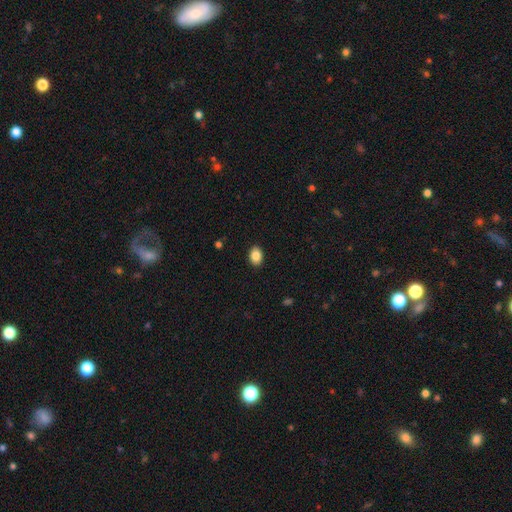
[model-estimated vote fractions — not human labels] The model was most divided on "how rounded": in between: 79%, round: 20%, cigar-shaped: 1%. More confident: merging — none (90%); smooth or featured — smooth (87%).